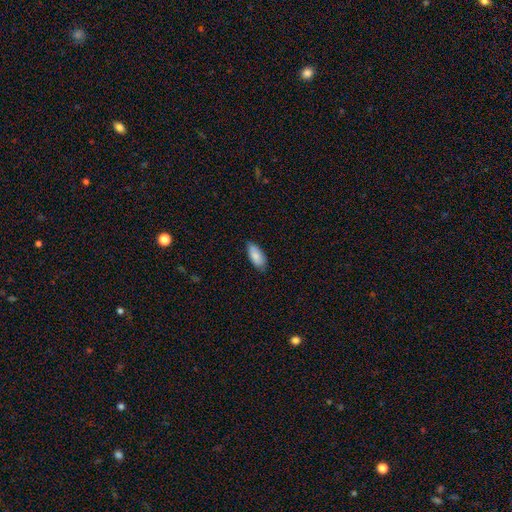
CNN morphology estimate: smooth 86%, featured or disk 8%, star or artifact 6%. Down the decision tree: how rounded — in between (88%); merging — none (81%).